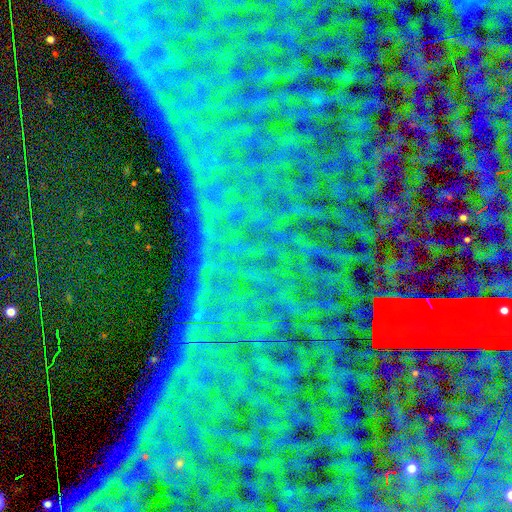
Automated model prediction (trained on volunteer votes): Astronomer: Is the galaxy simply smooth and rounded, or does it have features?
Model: star or artifact — 86%.